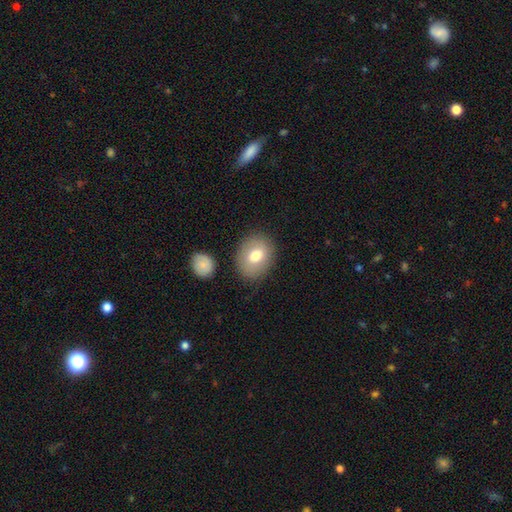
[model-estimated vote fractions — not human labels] This appears to be a smooth galaxy with no disk features (74%) that is in between round and cigar-shaped (57%). Merging: none (82%).